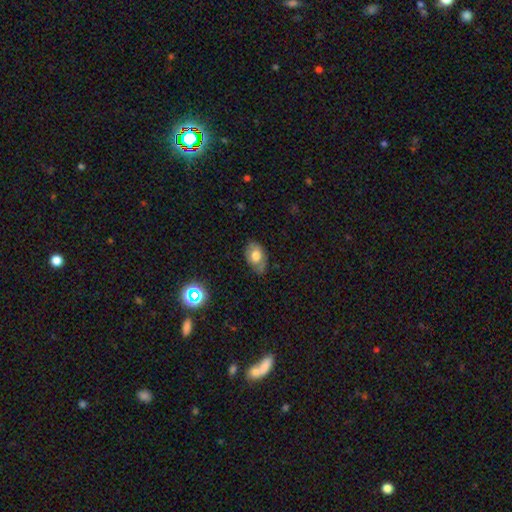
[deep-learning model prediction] This is likely a smooth galaxy (66%). How rounded: clearly in between (85%). Merging: likely none (67%).